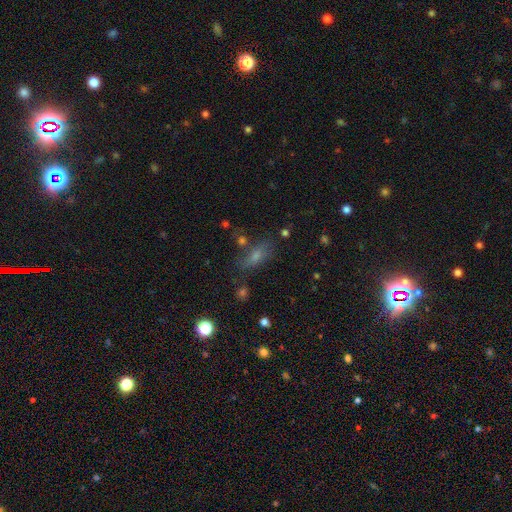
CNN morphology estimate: Smooth or featured? smooth (51%)
How rounded? in between (61%)
Merging? none (68%)